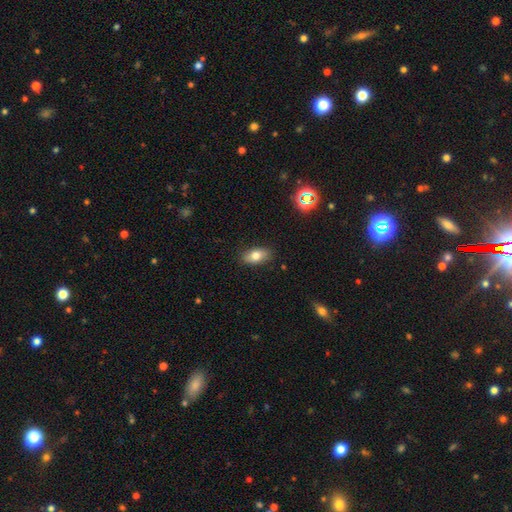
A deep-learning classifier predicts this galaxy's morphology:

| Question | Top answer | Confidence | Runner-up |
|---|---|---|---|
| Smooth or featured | smooth | 76% | featured or disk (15%) |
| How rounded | in between | 88% | round (7%) |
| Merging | none | 86% | minor disturbance (11%) |